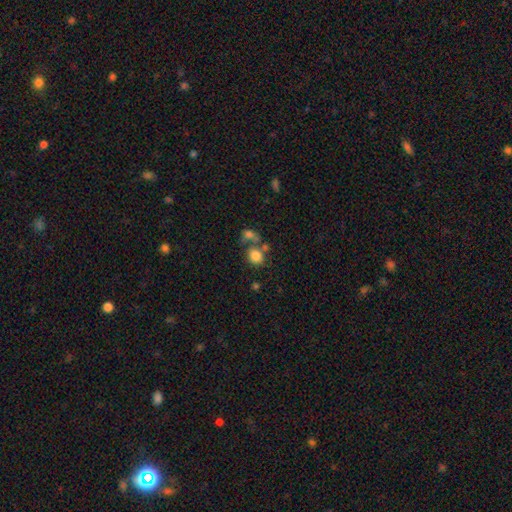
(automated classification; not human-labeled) Smooth or featured?
  - smooth: 80% *
  - star or artifact: 10%
  - featured or disk: 10%
How rounded?
  - round: 65% *
  - in between: 34%
  - cigar-shaped: 1%
Merging?
  - none: 48% *
  - merger: 32%
  - minor disturbance: 12%
  - major disturbance: 7%